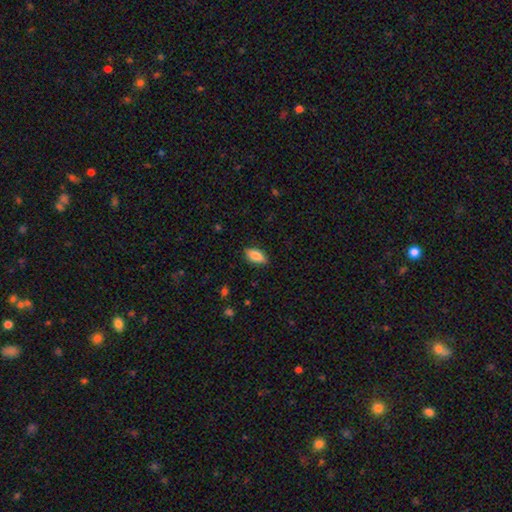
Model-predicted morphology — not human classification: A smooth galaxy with no disk features (80%) that is in between round and cigar-shaped (86%).

Vote fractions:
- Smooth or featured? smooth: 80% / featured or disk: 13% / star or artifact: 7%
- How rounded? in between: 86% / cigar-shaped: 10% / round: 3%
- Merging? none: 85% / minor disturbance: 12% / major disturbance: 2% / merger: 1%